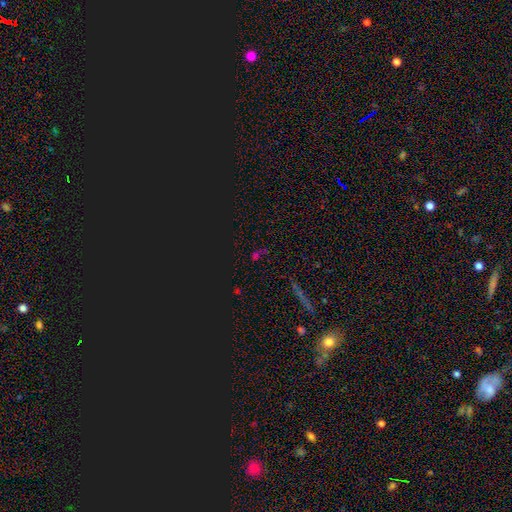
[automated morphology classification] star or artifact 68%, smooth 23%, featured or disk 9%.